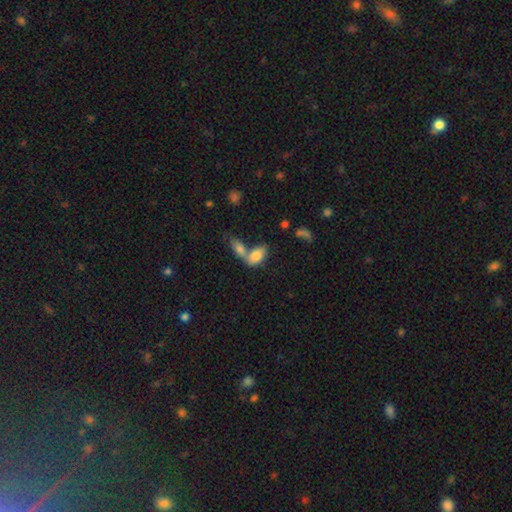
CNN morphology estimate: Smooth or featured? Predicted: smooth (p=0.79). How rounded? Predicted: in between (p=0.91). Merging? Predicted: merger (p=0.60).